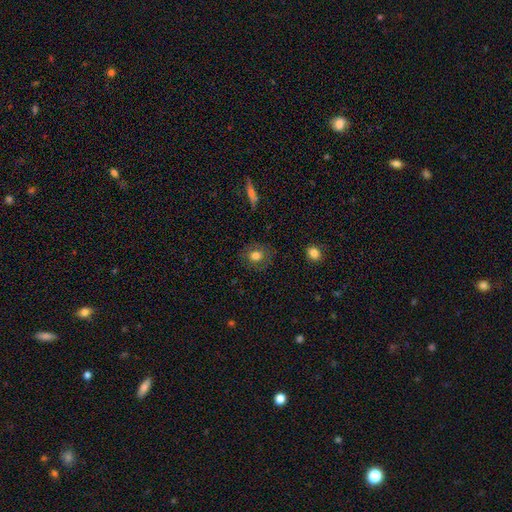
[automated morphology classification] Q: Smooth or featured?
A: smooth (74%); runner-up: featured or disk (16%)
Q: How rounded?
A: round (66%); runner-up: in between (32%)
Q: Merging?
A: none (81%); runner-up: minor disturbance (13%)